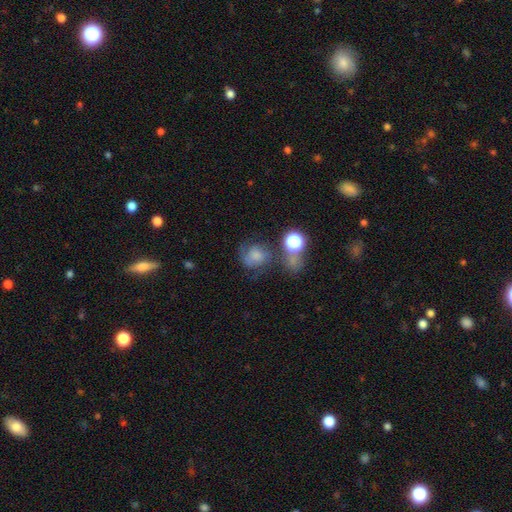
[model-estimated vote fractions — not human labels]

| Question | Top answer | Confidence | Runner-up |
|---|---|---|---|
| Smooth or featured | smooth | 55% | featured or disk (30%) |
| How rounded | round | 72% | in between (27%) |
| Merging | none | 42% | major disturbance (23%) |